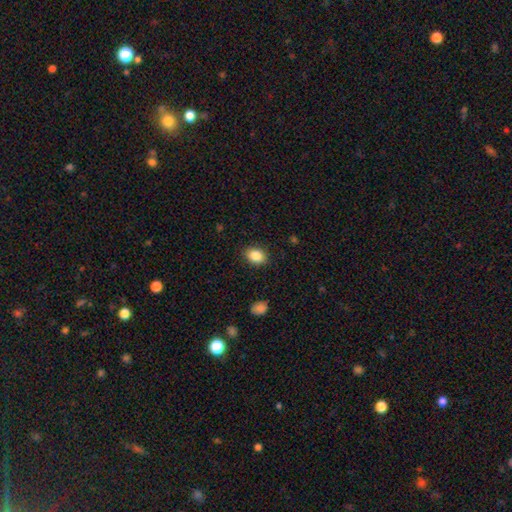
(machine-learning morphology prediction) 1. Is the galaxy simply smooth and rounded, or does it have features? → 87% smooth, 8% star or artifact, 5% featured or disk.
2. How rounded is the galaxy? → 68% in between, 31% round, 1% cigar-shaped.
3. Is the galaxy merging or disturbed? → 88% none, 9% minor disturbance, 2% major disturbance, 1% merger.